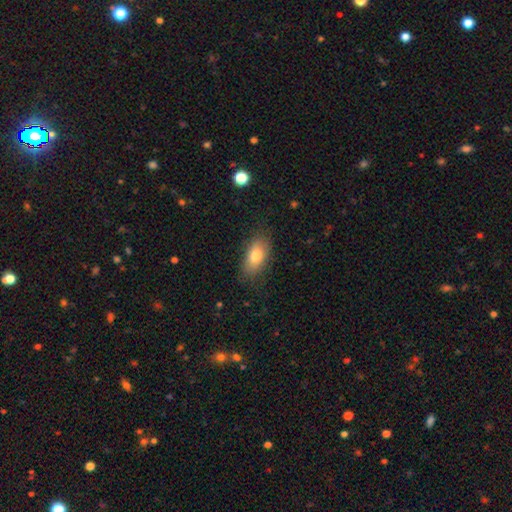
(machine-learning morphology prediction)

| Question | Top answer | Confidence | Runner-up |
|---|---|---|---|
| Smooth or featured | smooth | 78% | featured or disk (14%) |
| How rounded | in between | 88% | round (6%) |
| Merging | none | 80% | minor disturbance (15%) |